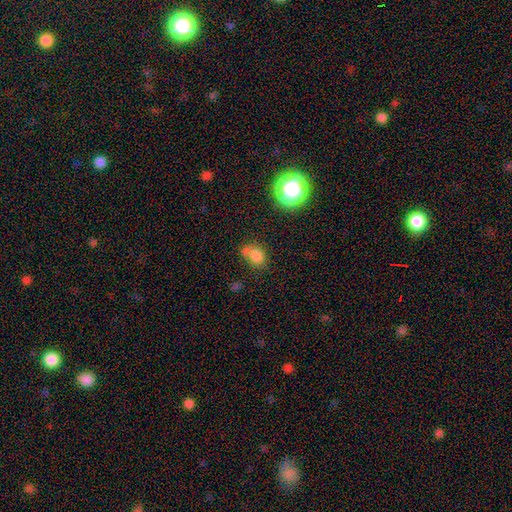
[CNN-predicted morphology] smooth-or-featured: smooth: 76% | star or artifact: 14% | featured or disk: 10%
  how-rounded: round: 53% | in between: 46% | cigar-shaped: 1%
  merging: none: 43% | merger: 27% | minor disturbance: 20% | major disturbance: 10%